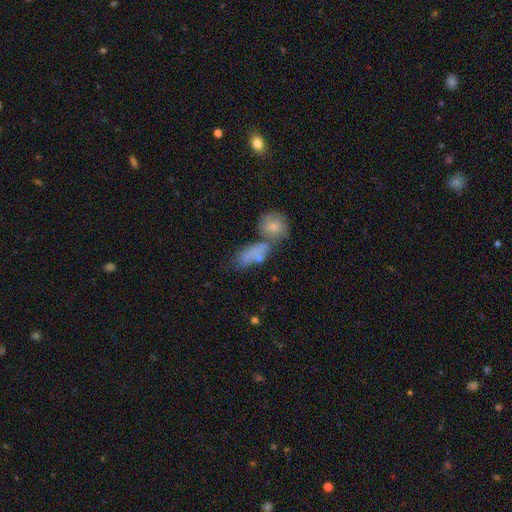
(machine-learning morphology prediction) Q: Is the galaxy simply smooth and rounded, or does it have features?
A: smooth — 62%.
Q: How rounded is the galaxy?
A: in between — 68%.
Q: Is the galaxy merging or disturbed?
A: merger — 45%.